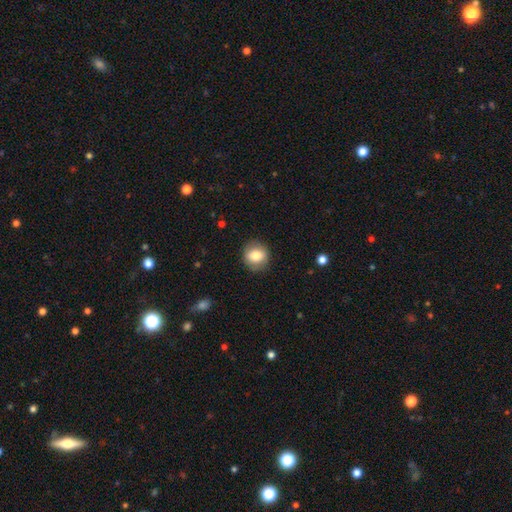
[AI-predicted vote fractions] Smooth or featured?
  - smooth: 79% *
  - featured or disk: 13%
  - star or artifact: 8%
How rounded?
  - round: 83% *
  - in between: 16%
  - cigar-shaped: 1%
Merging?
  - none: 86% *
  - minor disturbance: 10%
  - major disturbance: 3%
  - merger: 1%